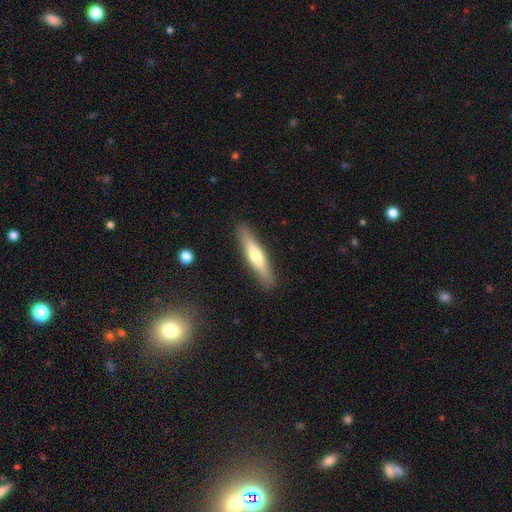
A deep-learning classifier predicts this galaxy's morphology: Q: Smooth or featured?
A: smooth (50%); runner-up: featured or disk (45%)
Q: Merging?
A: none (89%); runner-up: minor disturbance (8%)